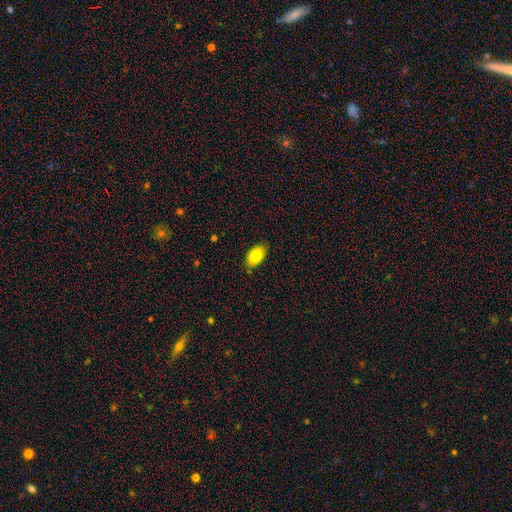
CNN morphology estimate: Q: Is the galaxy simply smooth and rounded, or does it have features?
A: smooth — 80%.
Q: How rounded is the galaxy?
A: in between — 90%.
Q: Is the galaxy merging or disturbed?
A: none — 84%.